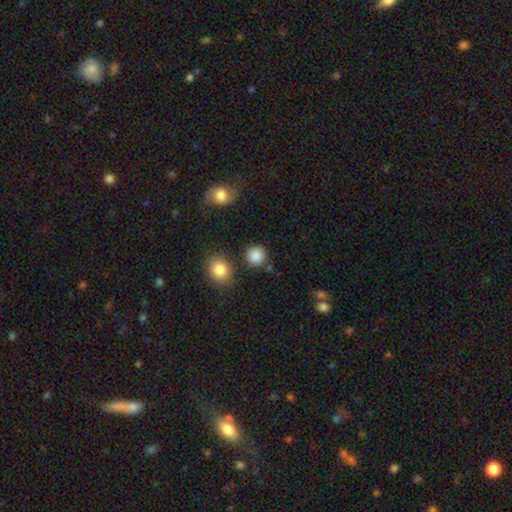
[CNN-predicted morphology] Smooth or featured?
  - smooth: 87% *
  - star or artifact: 9%
  - featured or disk: 4%
How rounded?
  - round: 92% *
  - in between: 7%
  - cigar-shaped: 1%
Merging?
  - none: 85% *
  - minor disturbance: 8%
  - merger: 4%
  - major disturbance: 3%